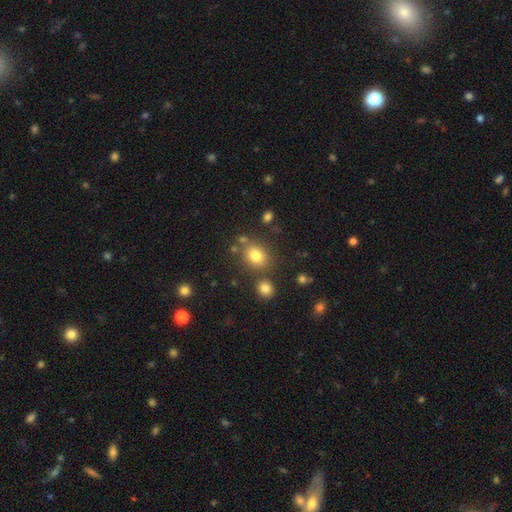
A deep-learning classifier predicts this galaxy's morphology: smooth_or_featured: smooth (p=0.79) [alt: star or artifact p=0.13]
how_rounded: round (p=0.51) [alt: in between p=0.48]
merging: none (p=0.72) [alt: minor disturbance p=0.12]